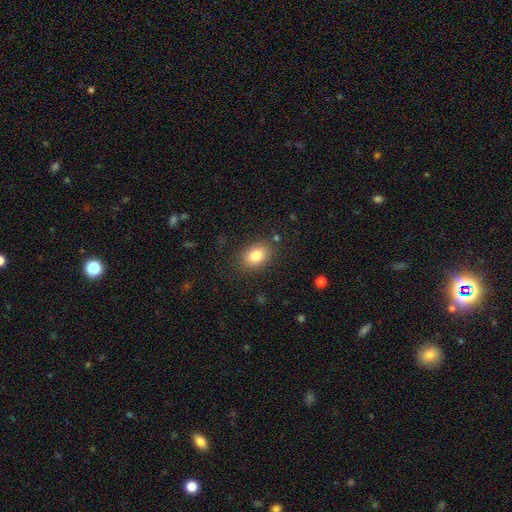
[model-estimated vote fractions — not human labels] A smooth galaxy with no disk features (82%) that is in between round and cigar-shaped (75%). Merging: none (84%).